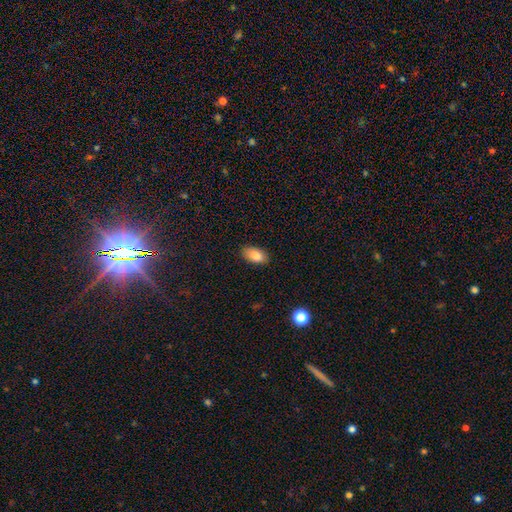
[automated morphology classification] Q: Smooth or featured?
A: smooth (86%); runner-up: star or artifact (8%)
Q: How rounded?
A: in between (93%); runner-up: round (5%)
Q: Merging?
A: none (85%); runner-up: minor disturbance (11%)